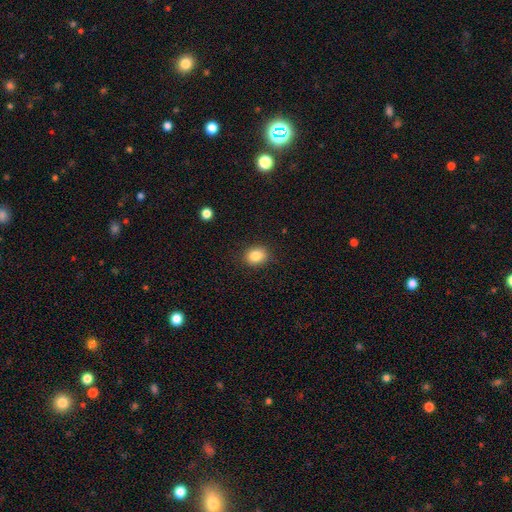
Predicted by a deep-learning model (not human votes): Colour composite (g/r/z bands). It shows a smooth galaxy with no disk features (85%) that is round (54%). Merging: none (87%).